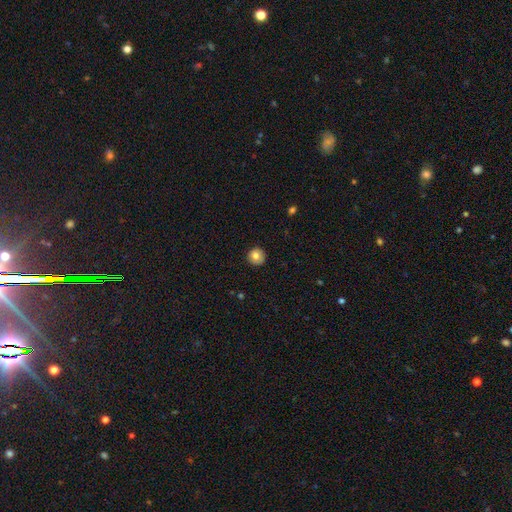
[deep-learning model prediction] This appears to be a smooth galaxy with no disk features (78%) that is round (94%). Merging: none (88%).